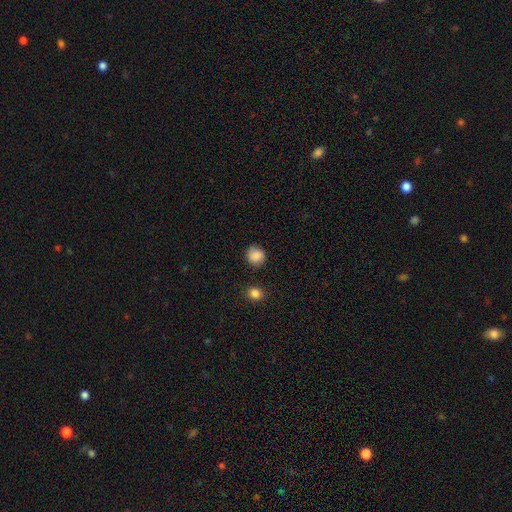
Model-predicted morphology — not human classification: A smooth galaxy with no disk features (86%) that is round (90%).

Vote fractions:
- Smooth or featured? smooth: 86% / star or artifact: 9% / featured or disk: 5%
- How rounded? round: 90% / in between: 9% / cigar-shaped: 1%
- Merging? none: 87% / minor disturbance: 8% / major disturbance: 2% / merger: 2%